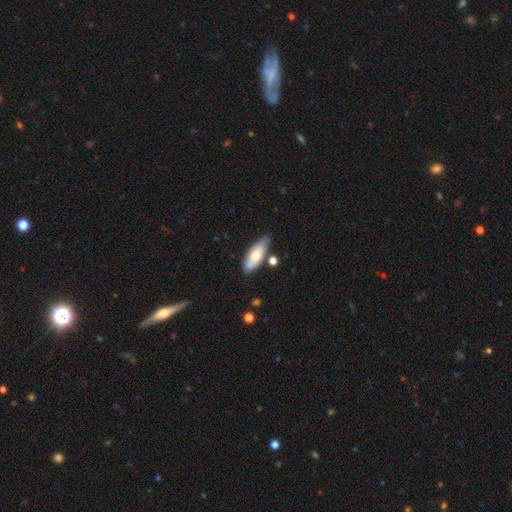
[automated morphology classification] type=smooth (59%); roundness=in between (77%); merging=none (67%).